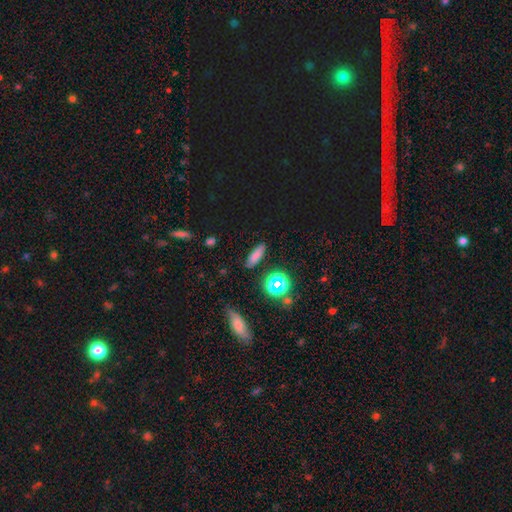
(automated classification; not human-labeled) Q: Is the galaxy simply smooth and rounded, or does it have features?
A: smooth — 68%.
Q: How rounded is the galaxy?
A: in between — 52%.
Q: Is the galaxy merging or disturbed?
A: none — 84%.